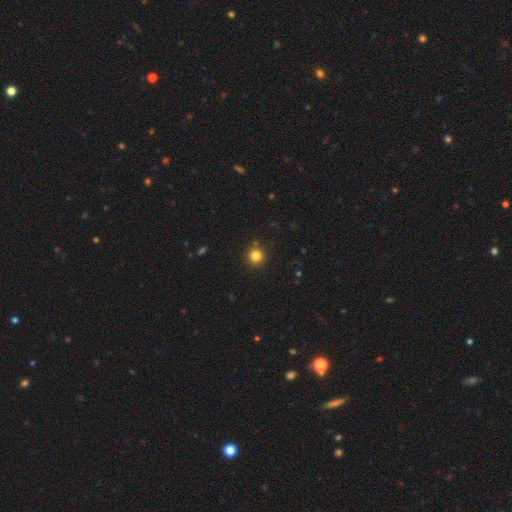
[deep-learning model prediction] This is clearly a smooth galaxy (81%). How rounded: clearly round (94%). Merging: clearly none (88%).